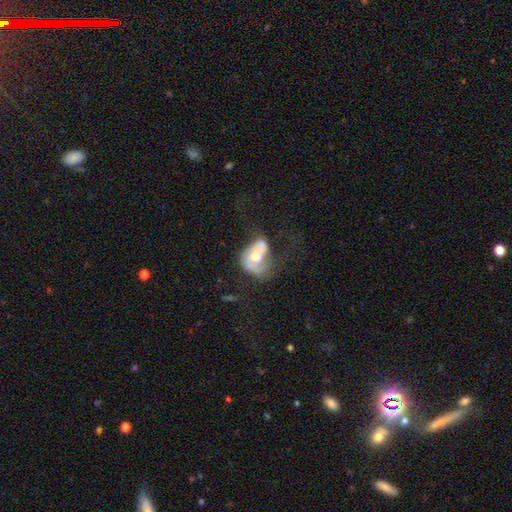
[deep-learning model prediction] Smooth or featured?
  - featured or disk: 64% *
  - smooth: 28%
  - star or artifact: 8%
Edge-on disk?
  - no: 97% *
  - yes: 3%
Bar?
  - no: 59% *
  - weak: 30%
  - strong: 11%
Spiral arms?
  - yes: 64% *
  - no: 36%
Bulge size?
  - moderate: 62% *
  - small: 27%
  - large: 7%
  - none: 3%
  - dominant: 1%
Merging?
  - major disturbance: 43% *
  - none: 25%
  - minor disturbance: 21%
  - merger: 11%